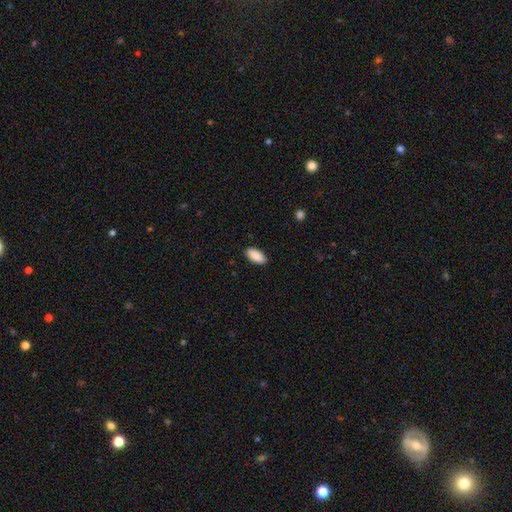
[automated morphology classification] The model was most divided on "merging": none: 89%, minor disturbance: 8%, major disturbance: 2%, merger: 1%. More confident: how rounded — in between (94%); smooth or featured — smooth (90%).